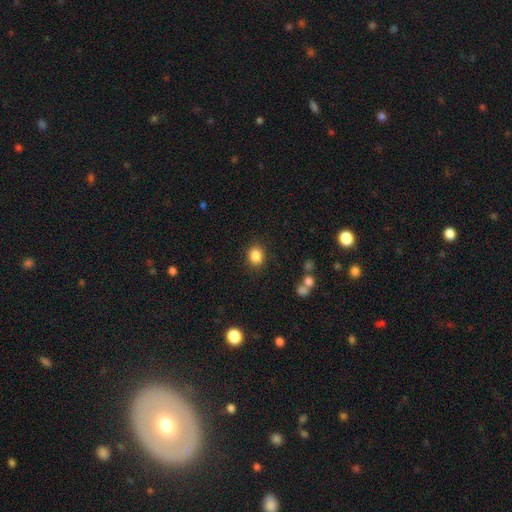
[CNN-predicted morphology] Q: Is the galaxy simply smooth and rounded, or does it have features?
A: smooth — 85%.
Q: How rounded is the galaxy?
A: round — 59%.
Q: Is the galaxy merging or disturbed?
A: none — 87%.